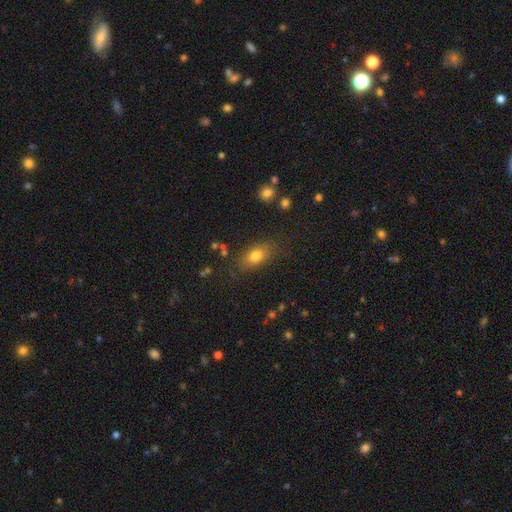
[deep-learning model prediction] smooth_or_featured: smooth (p=0.77) [alt: featured or disk p=0.12]
how_rounded: in between (p=0.82) [alt: round p=0.11]
merging: none (p=0.78) [alt: minor disturbance p=0.14]